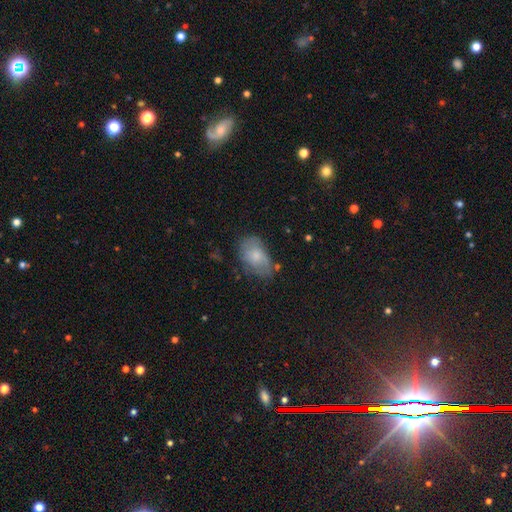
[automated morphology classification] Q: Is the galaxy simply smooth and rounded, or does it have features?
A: smooth — 66%.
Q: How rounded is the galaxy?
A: in between — 88%.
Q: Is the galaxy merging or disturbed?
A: none — 51%.